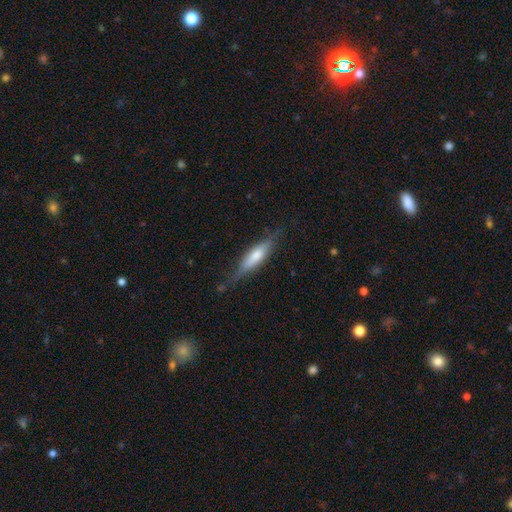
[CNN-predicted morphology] Smooth or featured: featured or disk — 54% (smooth — 39%)
Edge-on disk: yes — 91% (no — 9%)
Merging: none — 74% (minor disturbance — 19%)